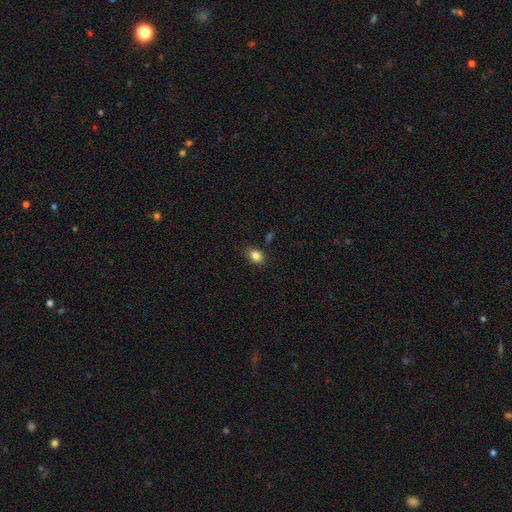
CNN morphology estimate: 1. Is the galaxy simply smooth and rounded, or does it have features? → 84% smooth, 10% star or artifact, 6% featured or disk.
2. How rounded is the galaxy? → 67% in between, 31% round, 1% cigar-shaped.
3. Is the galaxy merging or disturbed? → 81% none, 13% minor disturbance, 3% major disturbance, 2% merger.